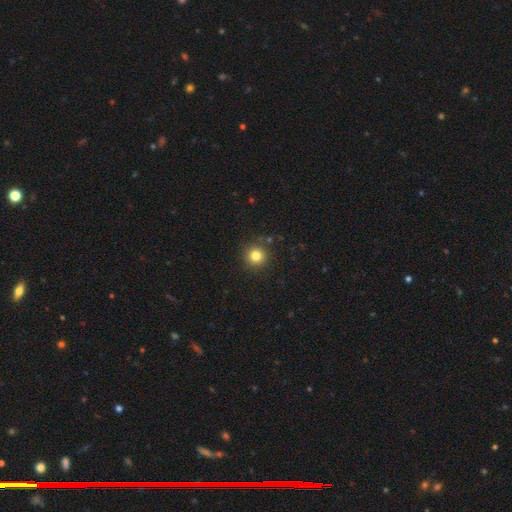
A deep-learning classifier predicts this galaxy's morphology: Smooth or featured: smooth — 81% (star or artifact — 13%)
How rounded: round — 95% (in between — 4%)
Merging: none — 89% (minor disturbance — 7%)